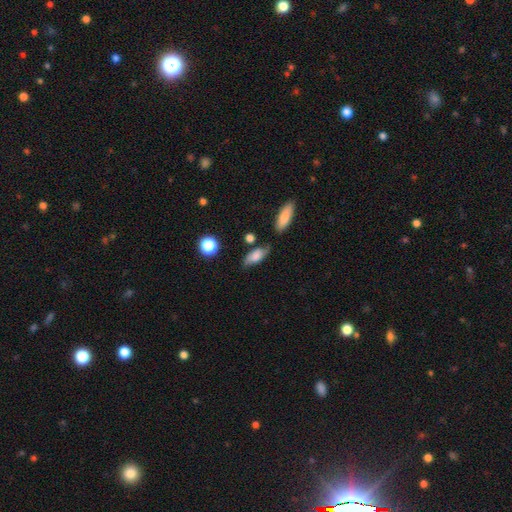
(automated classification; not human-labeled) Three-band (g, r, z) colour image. It shows a smooth galaxy with no disk features (62%) that is in between round and cigar-shaped (76%). Merging: none (66%).